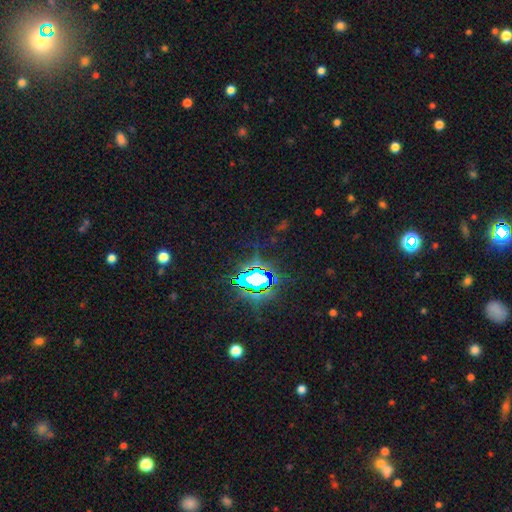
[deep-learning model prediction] Smooth or featured?
  - star or artifact: 81% *
  - smooth: 12%
  - featured or disk: 7%